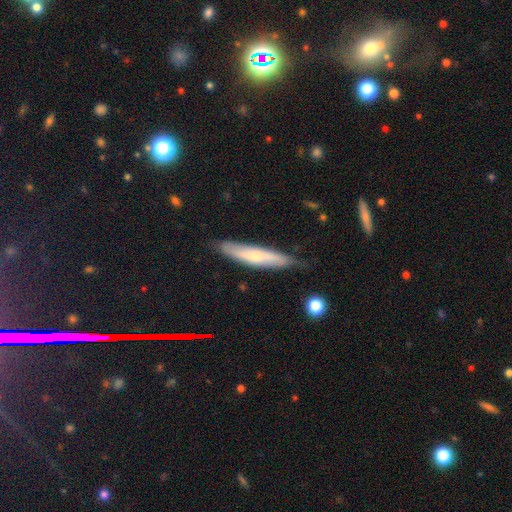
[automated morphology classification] Smooth or featured?
  - smooth: 57% *
  - featured or disk: 37%
  - star or artifact: 6%
How rounded?
  - cigar-shaped: 84% *
  - in between: 14%
  - round: 1%
Merging?
  - none: 73% *
  - minor disturbance: 22%
  - major disturbance: 4%
  - merger: 2%